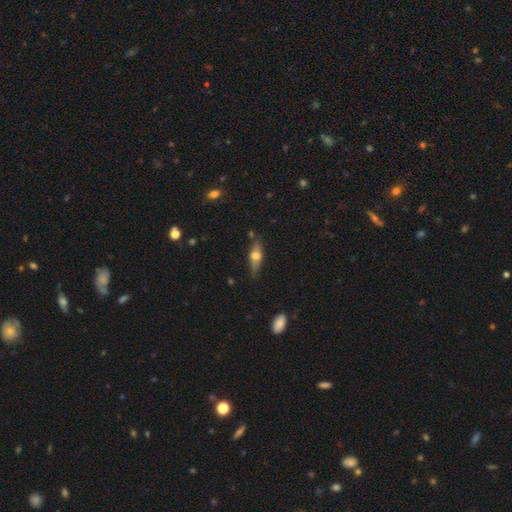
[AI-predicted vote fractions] smooth_or_featured: featured or disk (p=0.53) [alt: smooth p=0.40]
disk_edge_on: yes (p=0.89) [alt: no p=0.11]
merging: none (p=0.79) [alt: minor disturbance p=0.16]